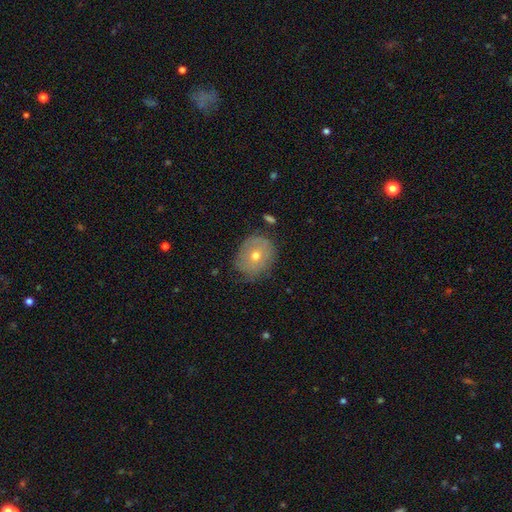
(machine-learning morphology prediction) smooth-or-featured: smooth: 52% | featured or disk: 38% | star or artifact: 10%
  how-rounded: round: 67% | in between: 32% | cigar-shaped: 1%
  merging: none: 70% | minor disturbance: 23% | major disturbance: 6% | merger: 2%